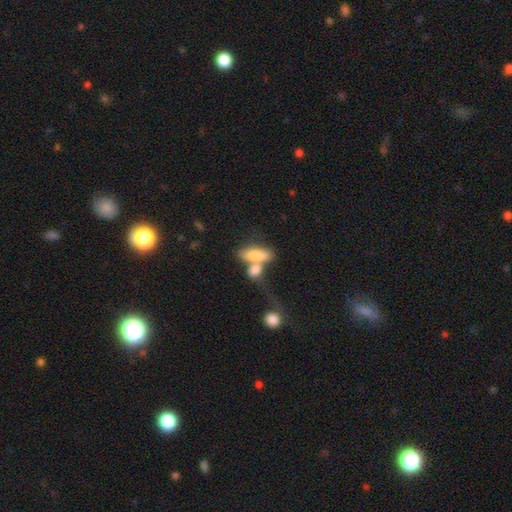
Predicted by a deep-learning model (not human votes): Overall: smooth (73%). How rounded: in between (71%). Merging: merger (52%; none 29%).